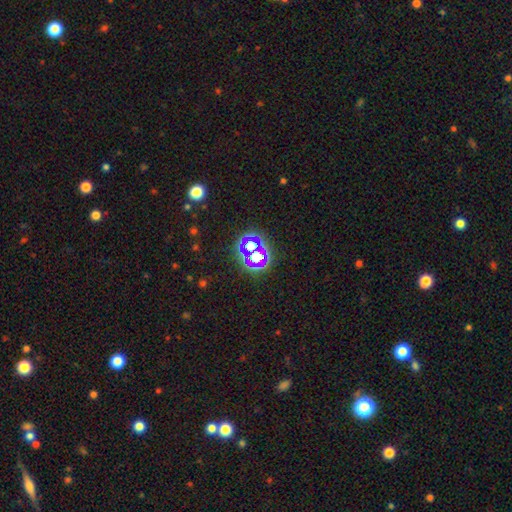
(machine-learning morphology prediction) A star or artifact, not a galaxy (66%).

Vote fractions:
- Smooth or featured? star or artifact: 66% / smooth: 21% / featured or disk: 14%